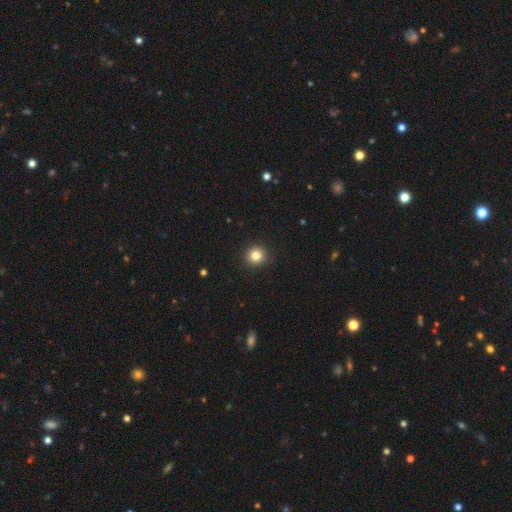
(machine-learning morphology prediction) smooth-or-featured: smooth: 82% | star or artifact: 12% | featured or disk: 6%
  how-rounded: round: 94% | in between: 5% | cigar-shaped: 1%
  merging: none: 93% | minor disturbance: 5% | major disturbance: 2% | merger: 1%